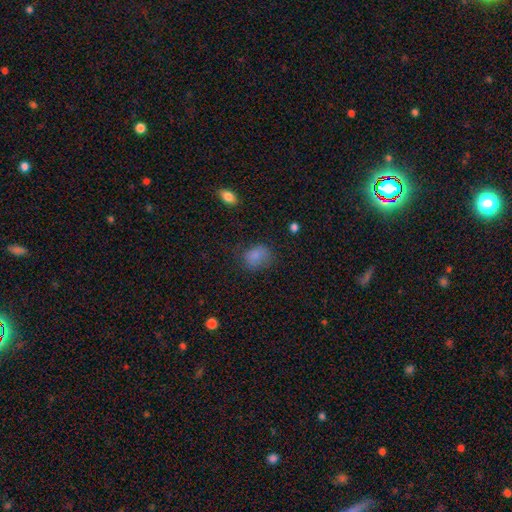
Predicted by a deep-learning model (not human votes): Overall: smooth (81%). How rounded: in between (58%; round 41%). Merging: none (60%; minor disturbance 26%).